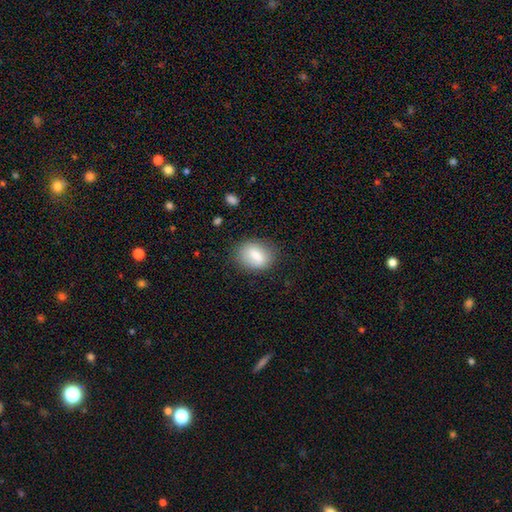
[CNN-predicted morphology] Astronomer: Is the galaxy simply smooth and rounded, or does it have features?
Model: smooth — 79%.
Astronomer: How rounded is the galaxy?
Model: in between — 70%.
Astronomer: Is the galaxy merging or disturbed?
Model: none — 75%.